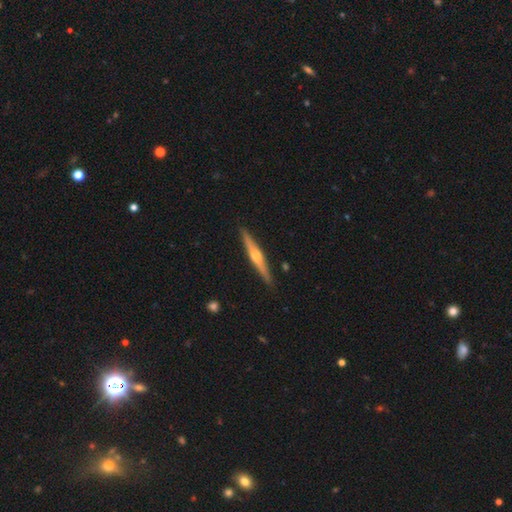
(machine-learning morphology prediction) smooth-or-featured: featured or disk: 76% | smooth: 19% | star or artifact: 5%
  disk-edge-on: yes: 98% | no: 2%
    edge-on-bulge: rounded: 93% | none: 4% | boxy: 3%
  merging: none: 91% | minor disturbance: 7% | major disturbance: 1% | merger: 1%